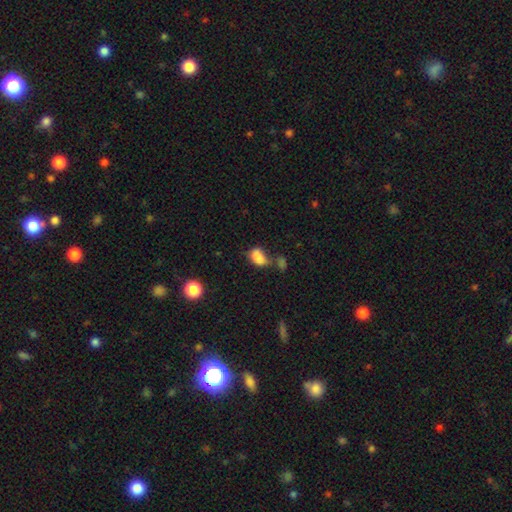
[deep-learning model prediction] smooth-or-featured: smooth: 80% | star or artifact: 11% | featured or disk: 9%
  how-rounded: in between: 87% | round: 11% | cigar-shaped: 2%
  merging: none: 34% | merger: 30% | minor disturbance: 21% | major disturbance: 14%